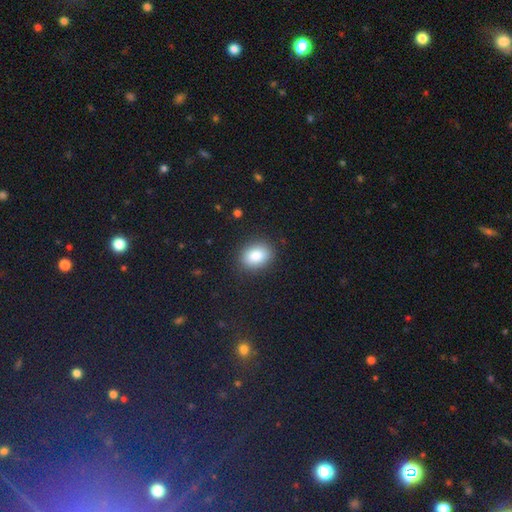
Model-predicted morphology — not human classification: This is clearly a smooth galaxy (86%). How rounded: likely in between (67%). Merging: clearly none (87%).